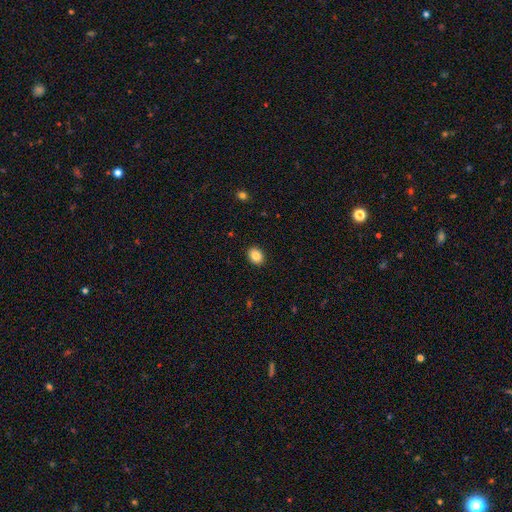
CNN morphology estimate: The model was most divided on "how rounded": in between: 61%, round: 38%, cigar-shaped: 1%. More confident: merging — none (91%); smooth or featured — smooth (86%).